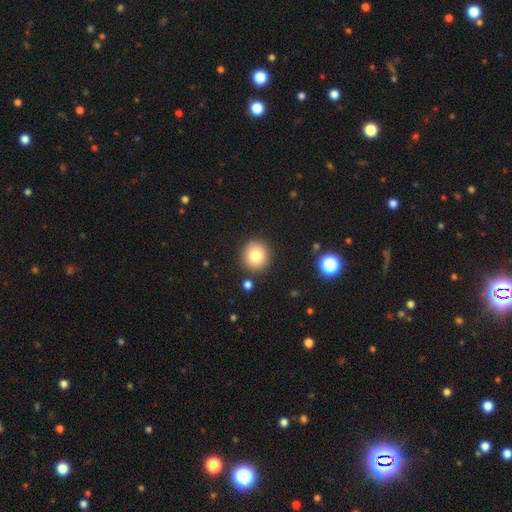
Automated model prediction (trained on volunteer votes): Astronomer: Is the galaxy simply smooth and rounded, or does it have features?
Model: smooth — 79%.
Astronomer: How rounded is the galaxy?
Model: round — 92%.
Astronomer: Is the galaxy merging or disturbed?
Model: none — 89%.